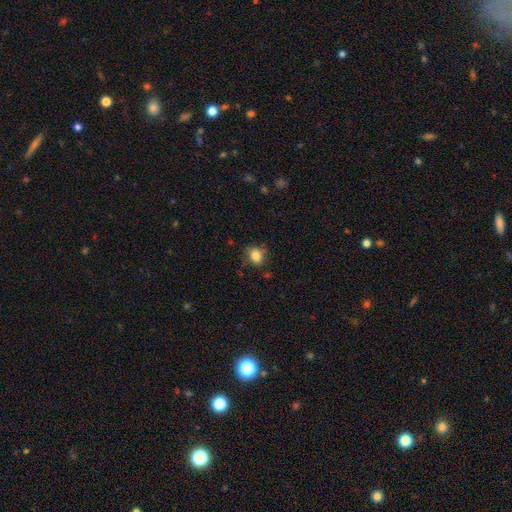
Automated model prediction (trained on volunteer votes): Morphology: type=smooth (82%); roundness=round (63%); merging=none (72%).